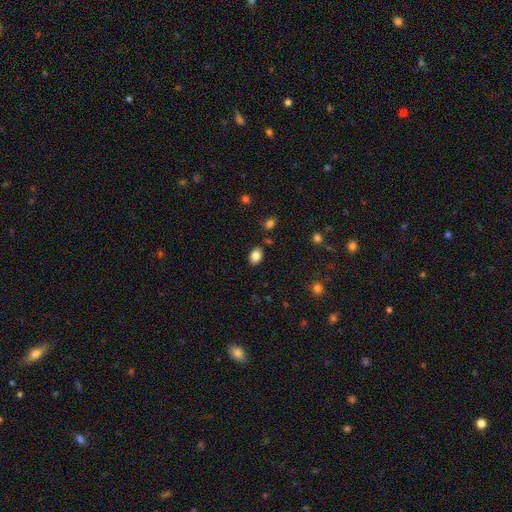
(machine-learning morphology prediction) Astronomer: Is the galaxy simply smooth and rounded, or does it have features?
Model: smooth — 84%.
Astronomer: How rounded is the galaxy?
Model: in between — 80%.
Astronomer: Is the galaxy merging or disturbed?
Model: none — 84%.